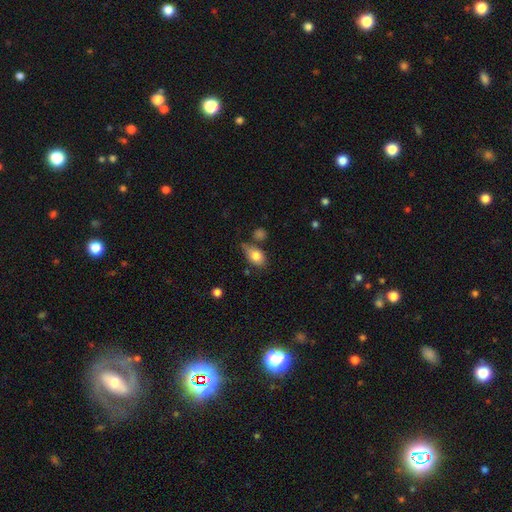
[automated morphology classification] Q: Smooth or featured?
A: smooth (80%); runner-up: featured or disk (11%)
Q: How rounded?
A: in between (82%); runner-up: round (16%)
Q: Merging?
A: none (50%); runner-up: minor disturbance (28%)